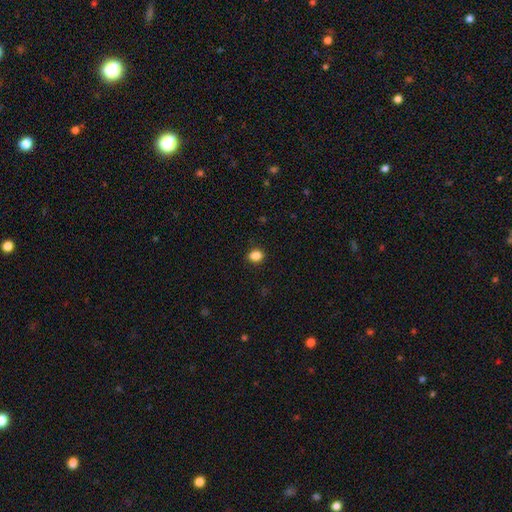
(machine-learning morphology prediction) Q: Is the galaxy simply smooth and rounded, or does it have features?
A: smooth — 86%.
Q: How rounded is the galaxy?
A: in between — 51%.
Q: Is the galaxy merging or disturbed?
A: none — 90%.